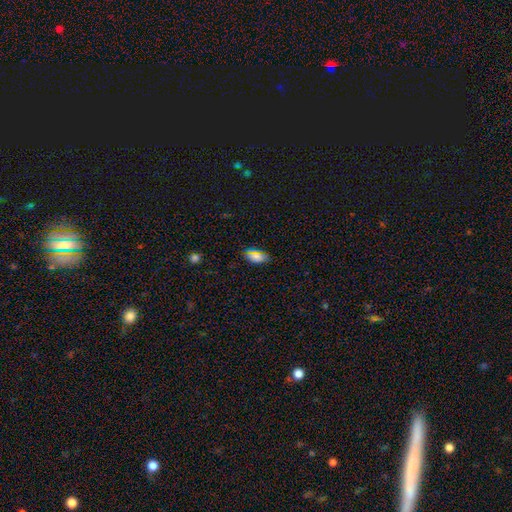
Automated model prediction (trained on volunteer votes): smooth-or-featured: smooth: 75% | star or artifact: 18% | featured or disk: 7%
  how-rounded: in between: 91% | cigar-shaped: 5% | round: 4%
  merging: none: 85% | minor disturbance: 11% | major disturbance: 3% | merger: 1%